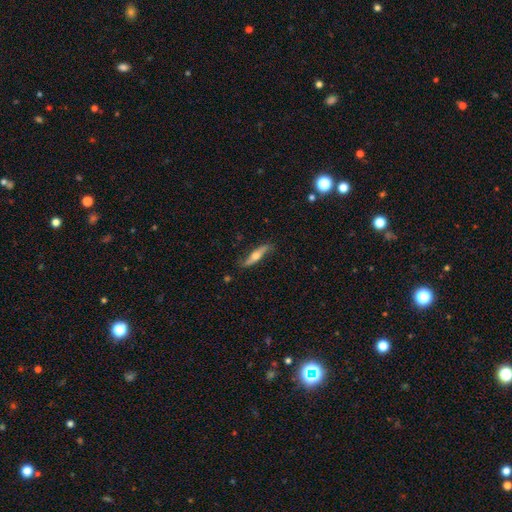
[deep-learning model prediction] This appears to be a featured or disk galaxy (58%) viewed edge-on (76%). Merging: none (79%).